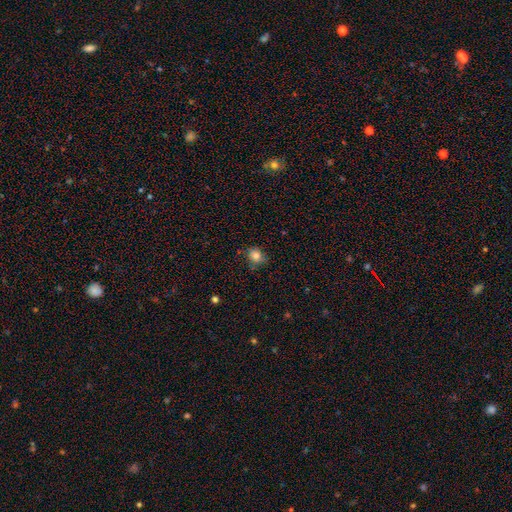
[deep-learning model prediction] A smooth galaxy with no disk features (81%) that is round (61%). Merging: none (77%).